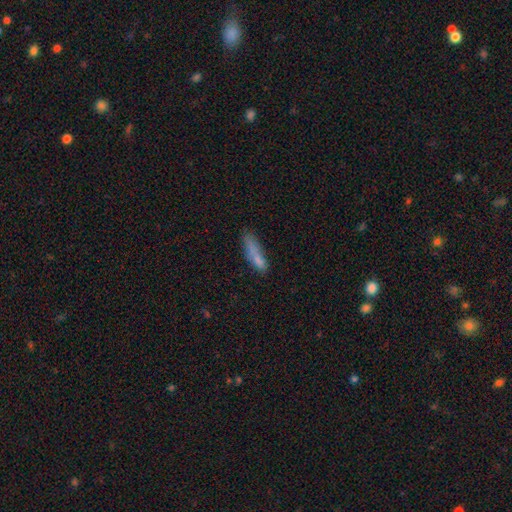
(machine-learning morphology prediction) Smooth or featured?
  - smooth: 75% *
  - featured or disk: 16%
  - star or artifact: 9%
How rounded?
  - cigar-shaped: 74% *
  - in between: 24%
  - round: 2%
Merging?
  - none: 57% *
  - minor disturbance: 25%
  - major disturbance: 11%
  - merger: 8%